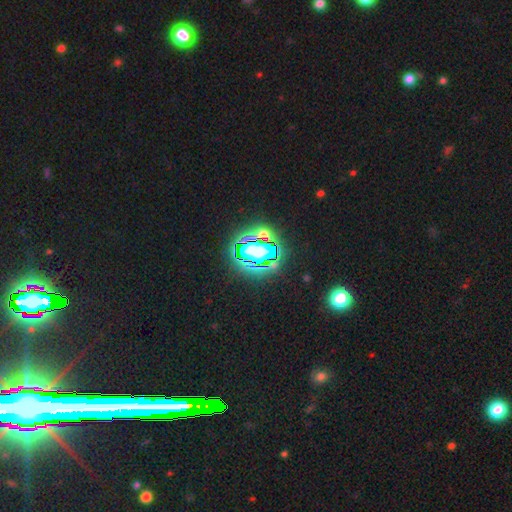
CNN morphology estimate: A star or artifact, not a galaxy (60%).

Vote fractions:
- Smooth or featured? star or artifact: 60% / smooth: 24% / featured or disk: 16%